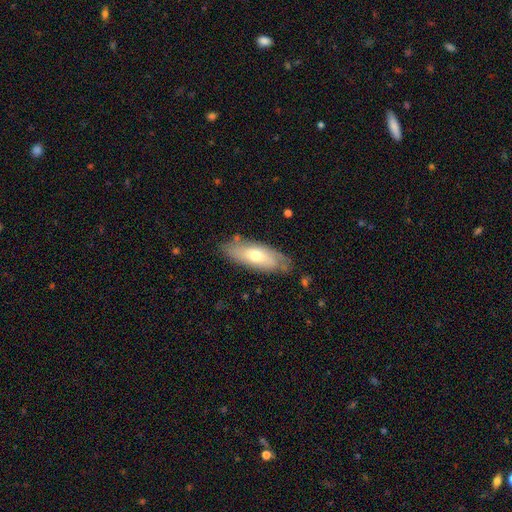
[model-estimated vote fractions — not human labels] A smooth galaxy with no disk features (56%) that is in between round and cigar-shaped (72%).

Vote fractions:
- Smooth or featured? smooth: 56% / featured or disk: 38% / star or artifact: 6%
- How rounded? in between: 72% / cigar-shaped: 26% / round: 2%
- Merging? none: 77% / minor disturbance: 17% / major disturbance: 4% / merger: 2%